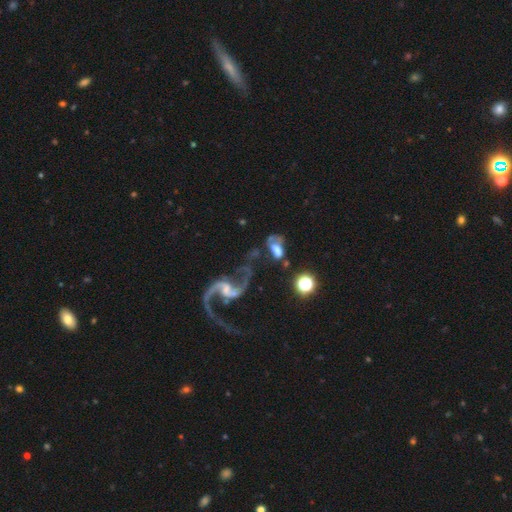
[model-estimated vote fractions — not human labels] Q: Smooth or featured?
A: featured or disk (89%); runner-up: star or artifact (7%)
Q: Edge-on disk?
A: no (96%); runner-up: yes (4%)
Q: Bar?
A: weak (43%); runner-up: no (32%)
Q: Spiral arms?
A: yes (97%); runner-up: no (3%)
Q: Spiral winding?
A: loose (61%); runner-up: medium (32%)
Q: Spiral arm count?
A: 2 (91%); runner-up: 1 (4%)
Q: Bulge size?
A: small (46%); runner-up: moderate (36%)
Q: Merging?
A: none (52%); runner-up: major disturbance (18%)